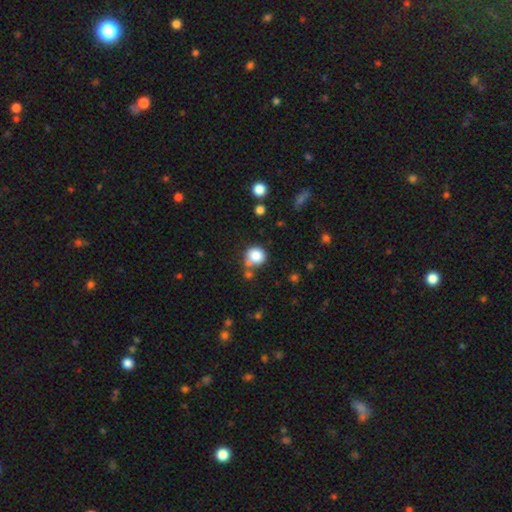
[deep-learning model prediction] Smooth or featured?
  - smooth: 83% *
  - star or artifact: 10%
  - featured or disk: 7%
How rounded?
  - round: 88% *
  - in between: 11%
  - cigar-shaped: 1%
Merging?
  - none: 62% *
  - merger: 18%
  - minor disturbance: 15%
  - major disturbance: 5%